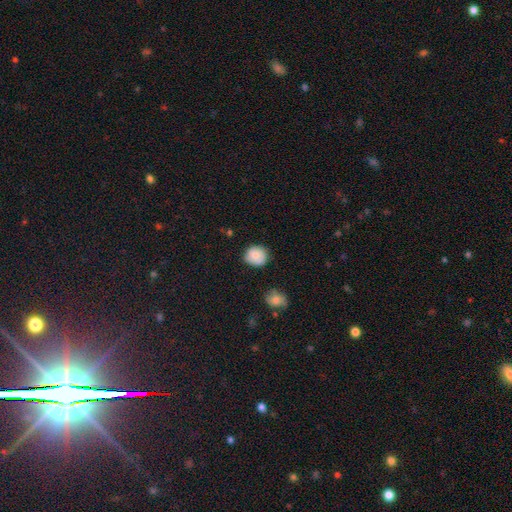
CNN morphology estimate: Smooth or featured: smooth — 77% (featured or disk — 15%)
How rounded: round — 82% (in between — 17%)
Merging: none — 73% (minor disturbance — 20%)